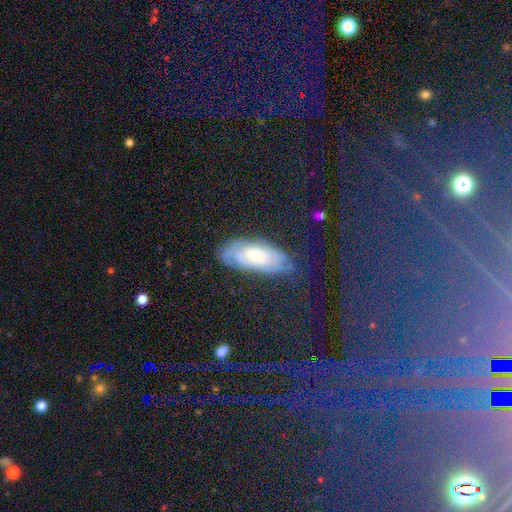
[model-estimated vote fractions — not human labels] A featured or disk galaxy (54%). Merging: none (77%).